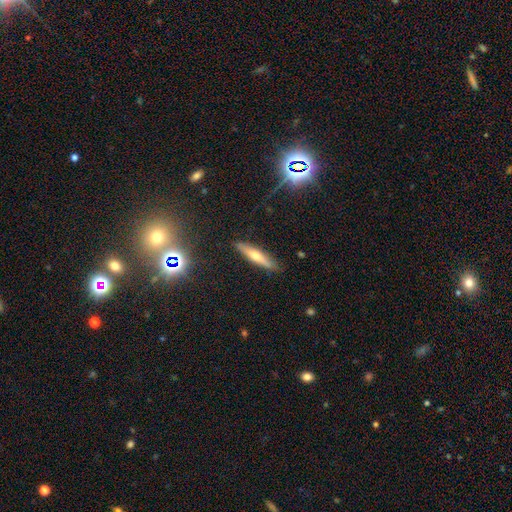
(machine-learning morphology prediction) type=smooth (49%); merging=none (88%).